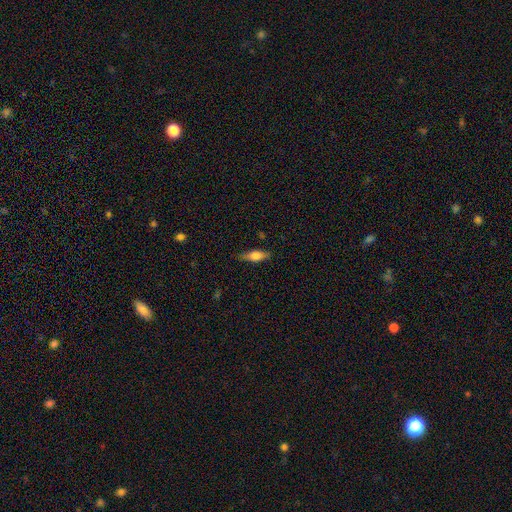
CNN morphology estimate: smooth 63%, featured or disk 30%, star or artifact 7%. Down the decision tree: how rounded — in between (58%); merging — none (81%).